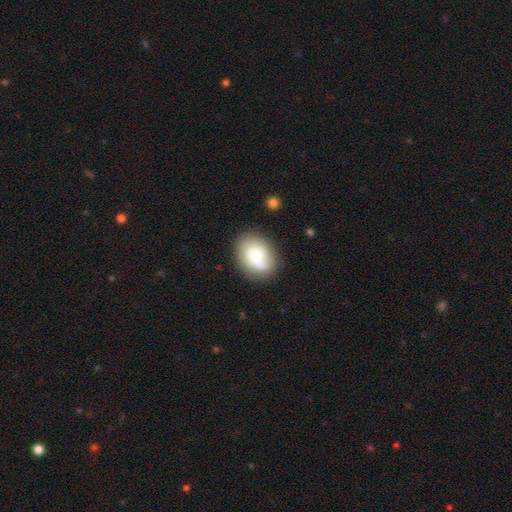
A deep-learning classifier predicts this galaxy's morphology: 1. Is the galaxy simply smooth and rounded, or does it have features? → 61% smooth, 31% featured or disk, 8% star or artifact.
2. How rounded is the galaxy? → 58% in between, 41% round, 1% cigar-shaped.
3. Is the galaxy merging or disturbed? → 78% none, 15% minor disturbance, 5% major disturbance, 2% merger.